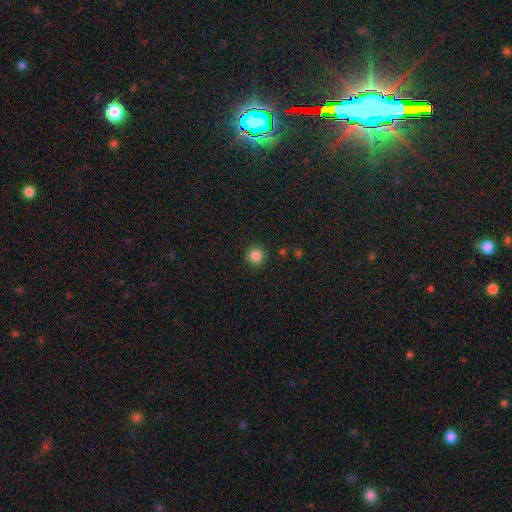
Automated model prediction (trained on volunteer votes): smooth 86%, star or artifact 11%, featured or disk 3%. Down the decision tree: how rounded — round (94%); merging — none (90%).